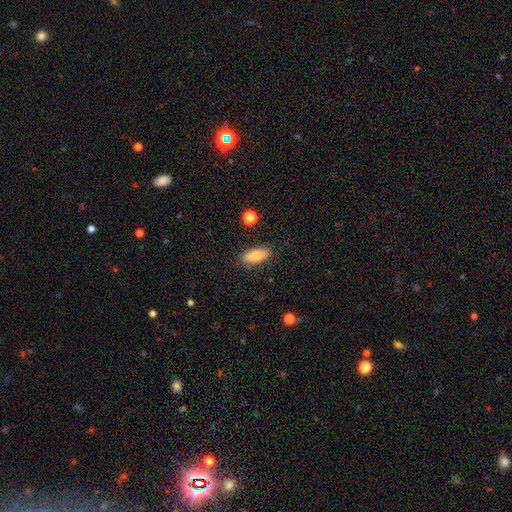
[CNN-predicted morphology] Smooth or featured: smooth — 78% (featured or disk — 15%)
How rounded: in between — 77% (cigar-shaped — 20%)
Merging: none — 85% (minor disturbance — 11%)